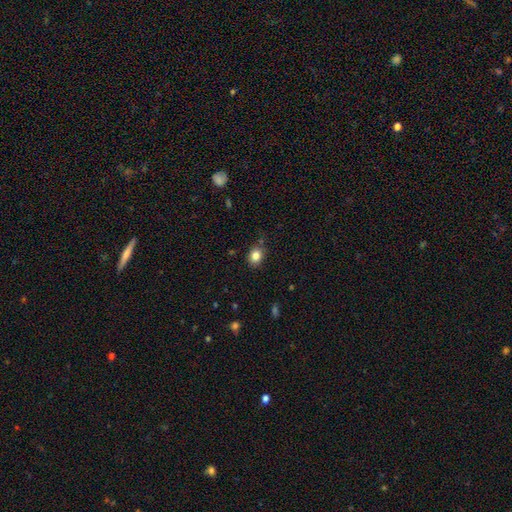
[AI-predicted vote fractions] Smooth or featured?
  - smooth: 83% *
  - star or artifact: 10%
  - featured or disk: 6%
How rounded?
  - in between: 51% *
  - round: 48%
  - cigar-shaped: 1%
Merging?
  - none: 80% *
  - minor disturbance: 14%
  - merger: 3%
  - major disturbance: 3%